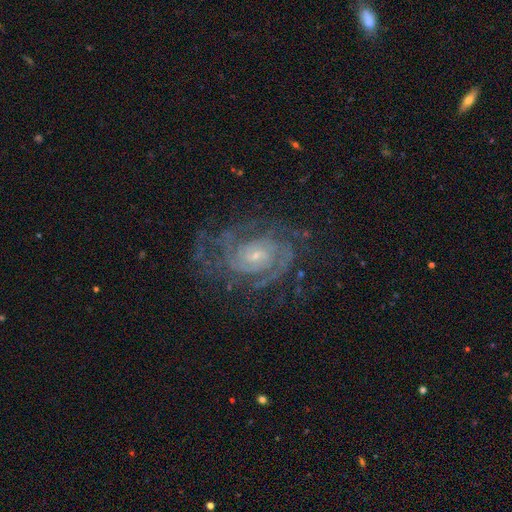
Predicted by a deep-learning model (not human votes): Smooth or featured? Predicted: featured or disk (p=0.89). Edge-on disk? Predicted: no (p=0.97). Bar? Predicted: no (p=0.56). Spiral arms? Predicted: yes (p=0.98). Spiral winding? Predicted: tight (p=0.67). Spiral arm count? Predicted: 2 (p=0.41). Bulge size? Predicted: small (p=0.75). Merging? Predicted: none (p=0.72).